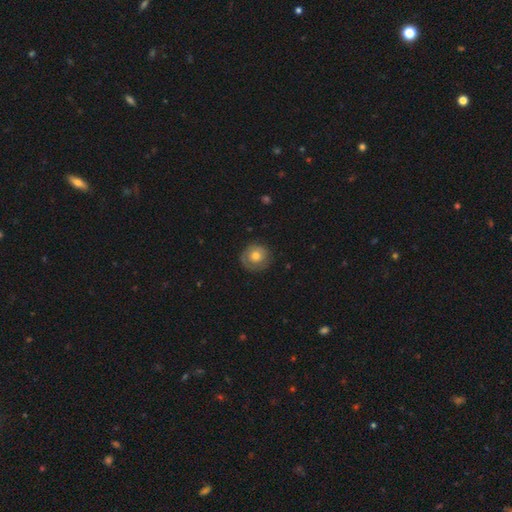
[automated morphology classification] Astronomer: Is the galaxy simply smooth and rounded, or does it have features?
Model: smooth — 61%.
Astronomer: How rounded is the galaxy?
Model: round — 90%.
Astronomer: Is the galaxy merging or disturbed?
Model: none — 80%.